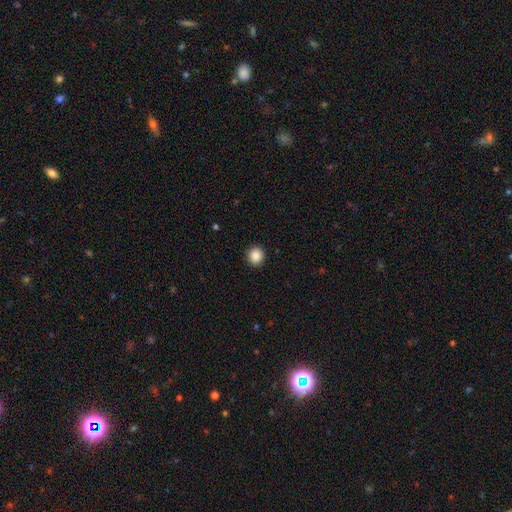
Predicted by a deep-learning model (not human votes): Smooth or featured? Predicted: smooth (p=0.88). How rounded? Predicted: round (p=0.90). Merging? Predicted: none (p=0.92).